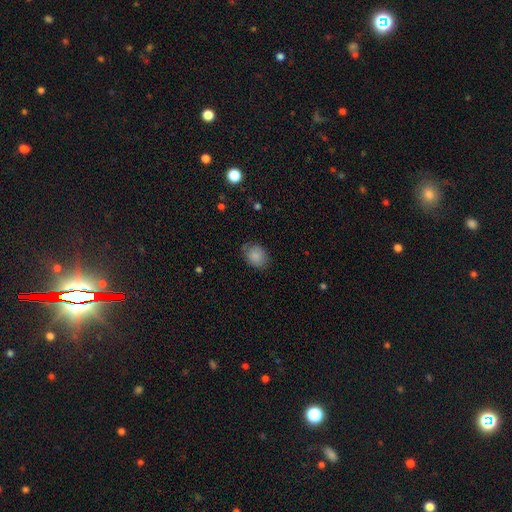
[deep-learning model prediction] smooth 85%, star or artifact 8%, featured or disk 6%. Down the decision tree: how rounded — in between (55%); merging — none (72%).